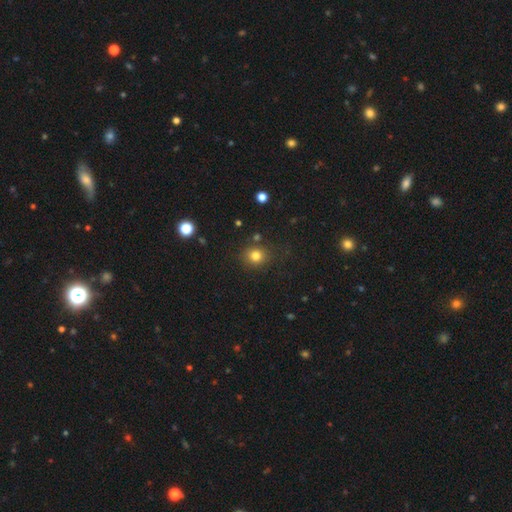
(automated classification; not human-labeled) smooth 80%, star or artifact 13%, featured or disk 7%. Down the decision tree: how rounded — round (80%); merging — none (81%).